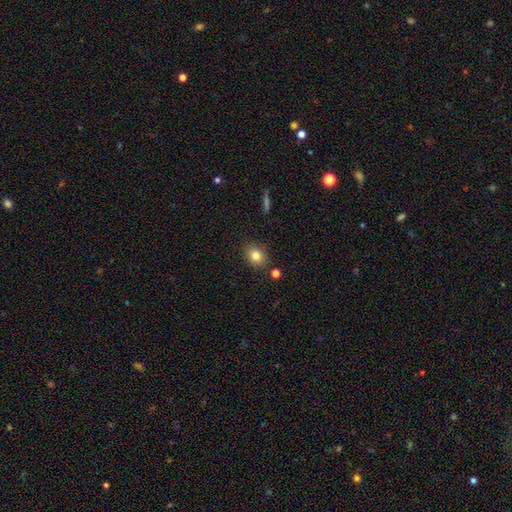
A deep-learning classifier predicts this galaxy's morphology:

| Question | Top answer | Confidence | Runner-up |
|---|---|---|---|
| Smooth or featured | smooth | 80% | star or artifact (11%) |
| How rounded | round | 61% | in between (38%) |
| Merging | none | 85% | minor disturbance (9%) |